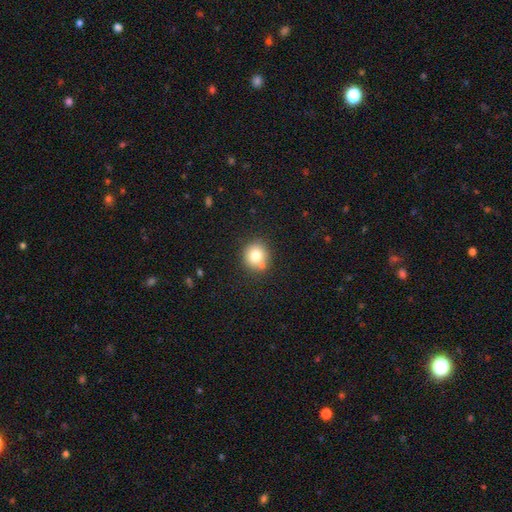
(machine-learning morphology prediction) type=smooth (77%); roundness=round (85%); merging=none (75%).